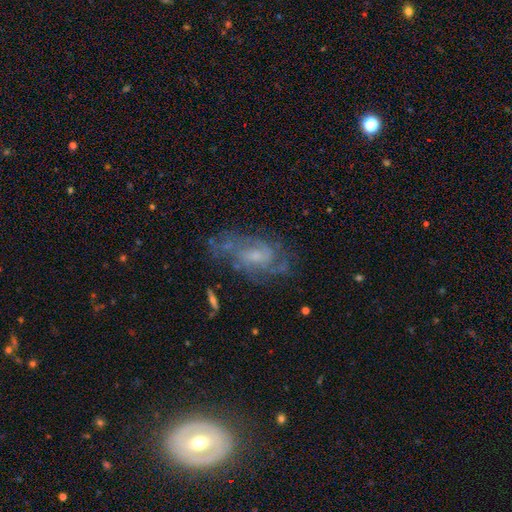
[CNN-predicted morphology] smooth-or-featured: featured or disk: 74% | smooth: 16% | star or artifact: 10%
  disk-edge-on: no: 94% | yes: 6%
    bar: no: 50% | weak: 42% | strong: 8%
    has-spiral-arms: yes: 86% | no: 14%
      spiral-winding: medium: 45% | tight: 36% | loose: 19%
      spiral-arm-count: can't tell: 38% | 2: 30% | 3: 17% | 4: 7% | 1: 5% | more than 4: 4%
    bulge-size: small: 51% | moderate: 31% | none: 13% | large: 3% | dominant: 1%
  merging: none: 62% | minor disturbance: 20% | major disturbance: 14% | merger: 3%